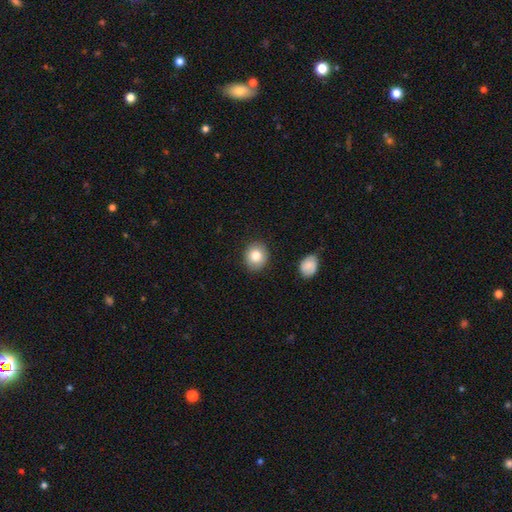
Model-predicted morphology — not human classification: This is clearly a smooth galaxy (83%). How rounded: likely round (72%). Merging: clearly none (86%).